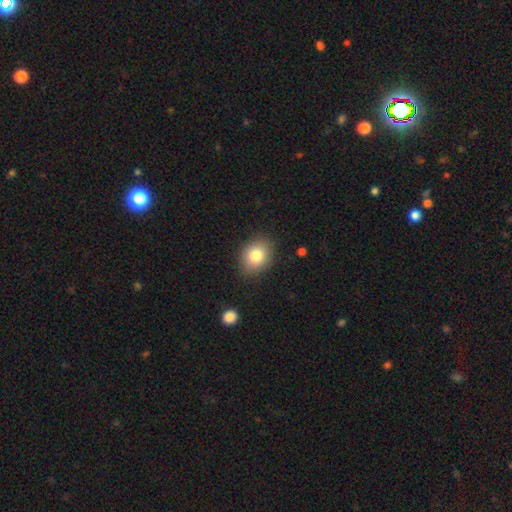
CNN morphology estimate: smooth-or-featured: smooth: 81% | featured or disk: 10% | star or artifact: 9%
  how-rounded: in between: 57% | round: 42% | cigar-shaped: 1%
  merging: none: 85% | minor disturbance: 11% | major disturbance: 3% | merger: 1%